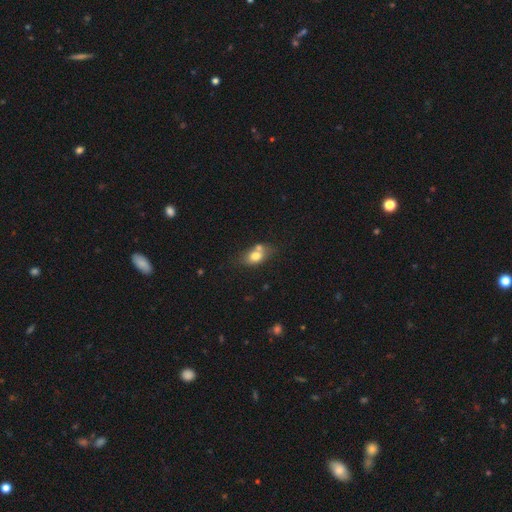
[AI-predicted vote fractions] Morphology: type=smooth (74%); roundness=in between (76%); merging=none (46%).